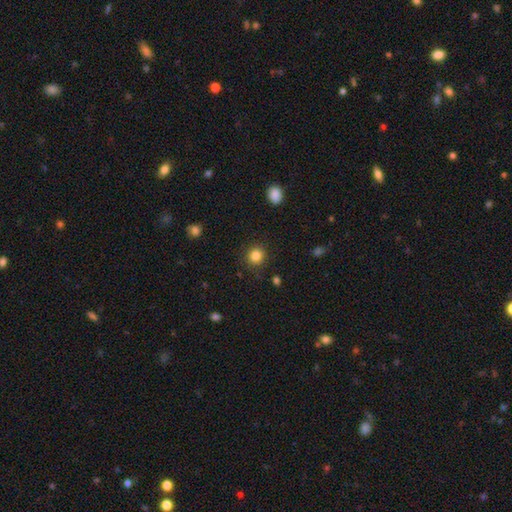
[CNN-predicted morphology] smooth-or-featured: smooth: 85% | star or artifact: 11% | featured or disk: 5%
  how-rounded: round: 90% | in between: 9% | cigar-shaped: 1%
  merging: none: 88% | minor disturbance: 8% | major disturbance: 3% | merger: 1%